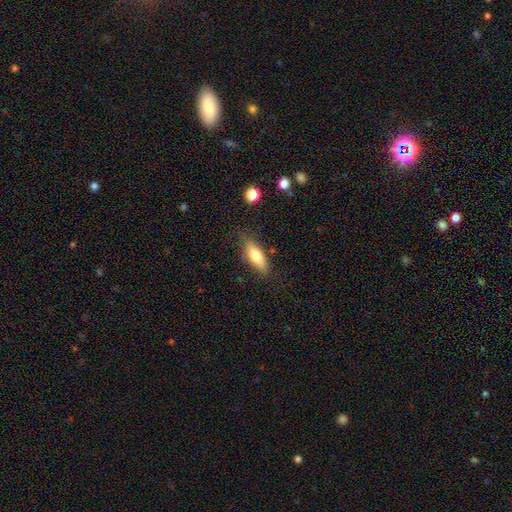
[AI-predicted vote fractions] smooth-or-featured: smooth: 77% | featured or disk: 16% | star or artifact: 7%
  how-rounded: in between: 68% | cigar-shaped: 29% | round: 2%
  merging: none: 78% | minor disturbance: 16% | major disturbance: 4% | merger: 2%